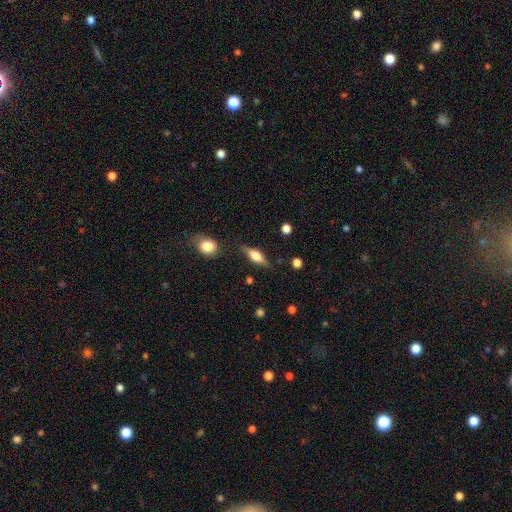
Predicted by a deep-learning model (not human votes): smooth_or_featured: featured or disk (p=0.54) [alt: smooth p=0.38]
disk_edge_on: yes (p=0.94) [alt: no p=0.06]
edge_on_bulge: rounded (p=0.85) [alt: boxy p=0.13]
merging: none (p=0.79) [alt: minor disturbance p=0.14]